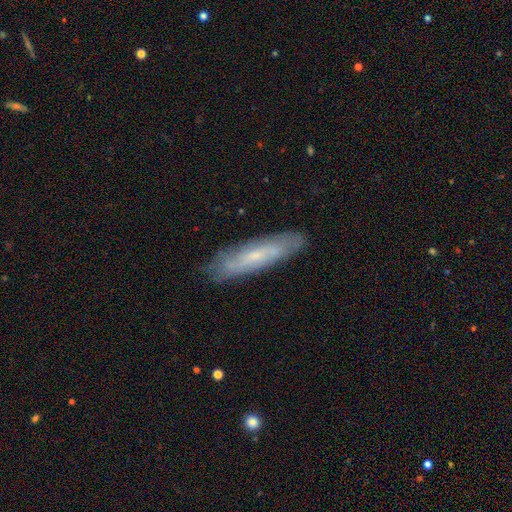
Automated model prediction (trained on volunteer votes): Morphology: type=featured or disk (54%); edge-on=no (57%); merging=none (82%).